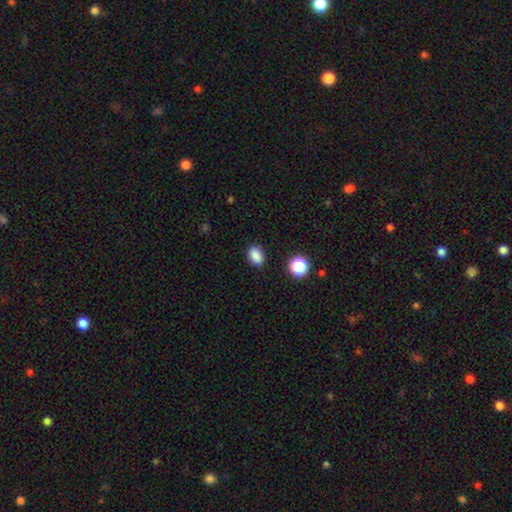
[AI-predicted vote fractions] A smooth galaxy with no disk features (85%) that is in between round and cigar-shaped (80%). Merging: none (87%).